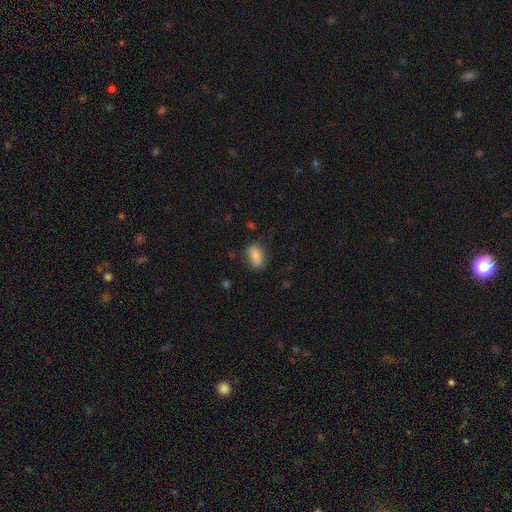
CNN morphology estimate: Smooth or featured? Predicted: smooth (p=0.83). How rounded? Predicted: in between (p=0.89). Merging? Predicted: none (p=0.80).